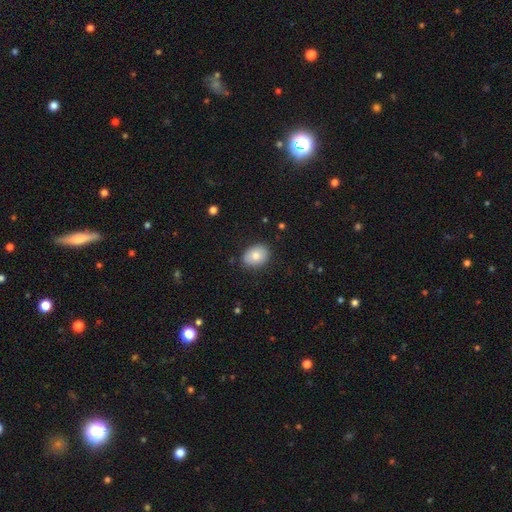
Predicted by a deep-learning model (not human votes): A smooth galaxy with no disk features (79%) that is in between round and cigar-shaped (72%).

Vote fractions:
- Smooth or featured? smooth: 79% / featured or disk: 13% / star or artifact: 8%
- How rounded? in between: 72% / round: 27% / cigar-shaped: 1%
- Merging? none: 85% / minor disturbance: 12% / major disturbance: 2% / merger: 1%